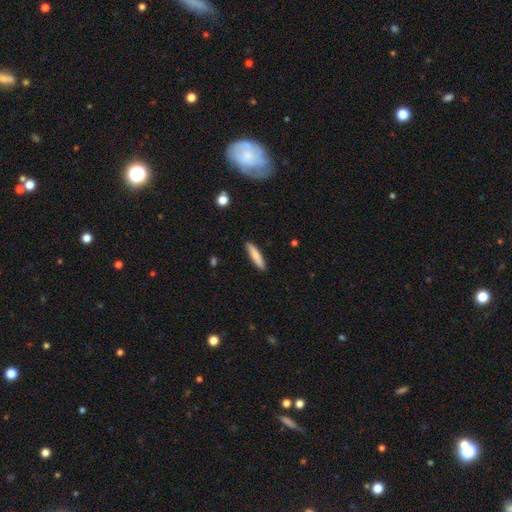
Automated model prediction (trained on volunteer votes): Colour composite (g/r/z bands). It shows a smooth galaxy with no disk features (82%) that is cigar-shaped (86%). Merging: none (90%).